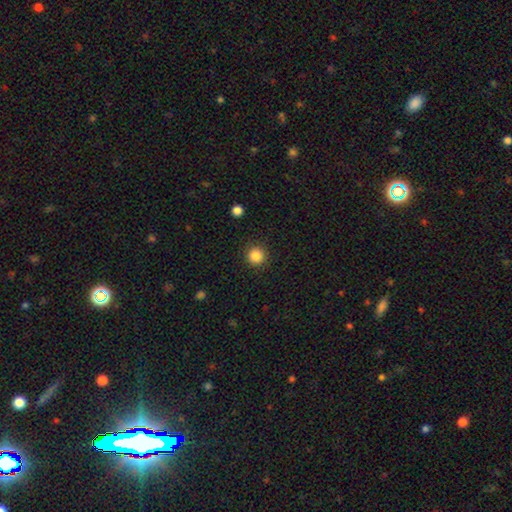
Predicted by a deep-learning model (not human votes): smooth-or-featured: smooth: 86% | star or artifact: 11% | featured or disk: 3%
  how-rounded: round: 95% | in between: 4% | cigar-shaped: 1%
  merging: none: 91% | minor disturbance: 5% | major disturbance: 2% | merger: 1%